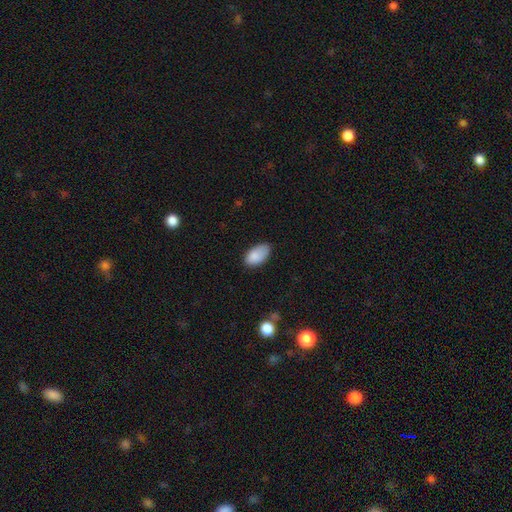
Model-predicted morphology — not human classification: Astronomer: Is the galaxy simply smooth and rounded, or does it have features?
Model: smooth — 87%.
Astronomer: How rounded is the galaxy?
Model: in between — 95%.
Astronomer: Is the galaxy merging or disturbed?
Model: none — 71%.